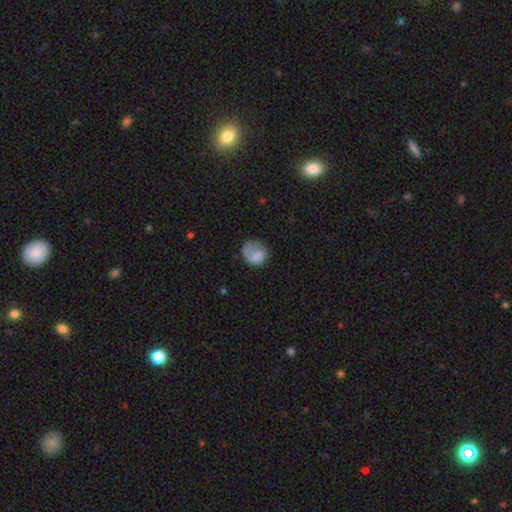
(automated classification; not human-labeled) This appears to be a smooth galaxy with no disk features (69%) that is round (67%). Merging: none (41%).